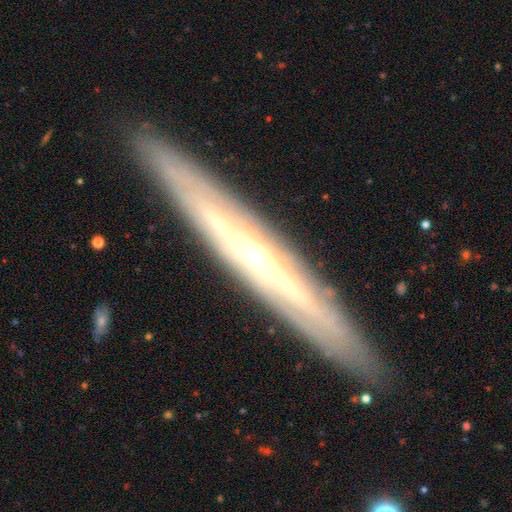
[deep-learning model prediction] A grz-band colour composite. It shows a featured or disk galaxy (80%) viewed edge-on (80%) with a rounded central bulge (59%). Merging: none (89%).